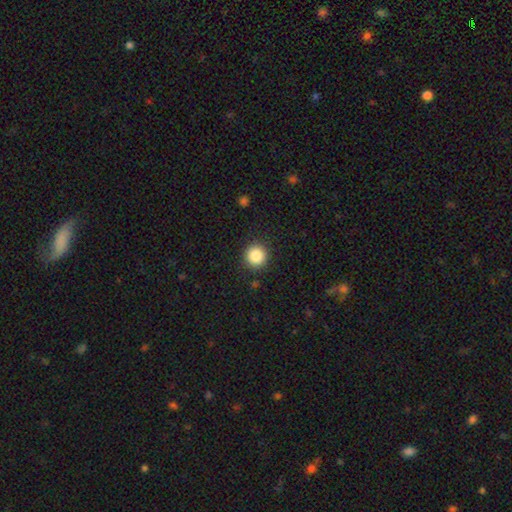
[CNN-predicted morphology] Q: Smooth or featured?
A: smooth (86%); runner-up: star or artifact (9%)
Q: How rounded?
A: round (93%); runner-up: in between (6%)
Q: Merging?
A: none (91%); runner-up: minor disturbance (6%)